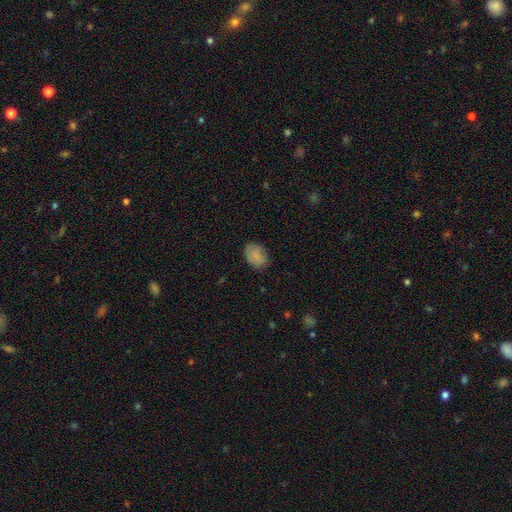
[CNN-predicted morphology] Smooth or featured? Predicted: smooth (p=0.85). How rounded? Predicted: in between (p=0.79). Merging? Predicted: none (p=0.81).